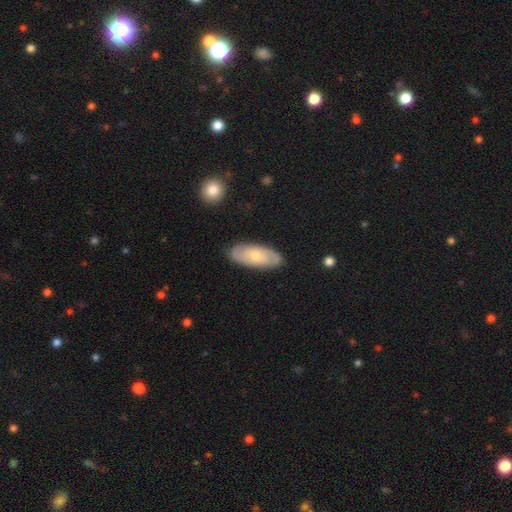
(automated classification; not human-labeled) Morphology: type=smooth (50%); merging=none (85%).